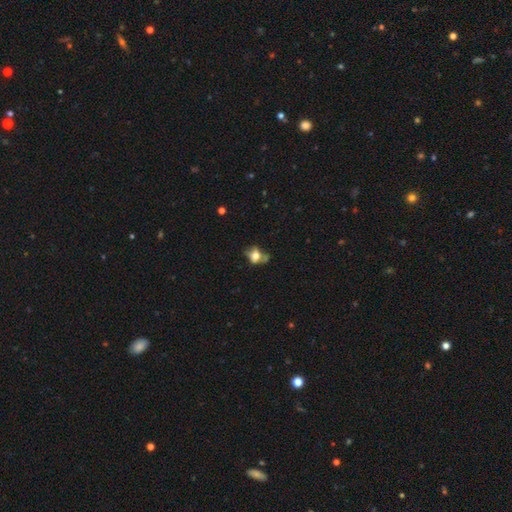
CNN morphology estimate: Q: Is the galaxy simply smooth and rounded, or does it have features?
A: smooth — 62%.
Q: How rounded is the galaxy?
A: in between — 49%, tied with round.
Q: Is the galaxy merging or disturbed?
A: none — 43%.